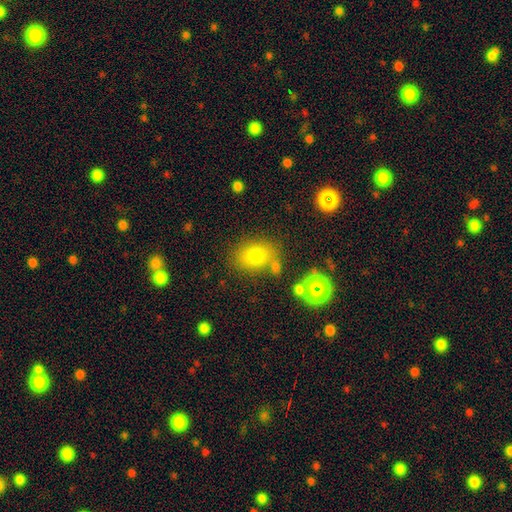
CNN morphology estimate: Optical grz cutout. It shows a smooth galaxy with no disk features (75%) that is in between round and cigar-shaped (56%). Merging: none (69%).